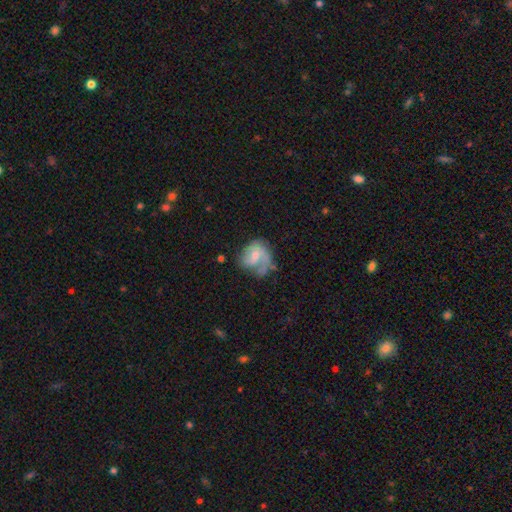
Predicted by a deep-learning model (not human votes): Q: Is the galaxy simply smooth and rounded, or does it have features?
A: featured or disk — 63%.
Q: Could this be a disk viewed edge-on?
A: no — 97%.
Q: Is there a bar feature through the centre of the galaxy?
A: no — 58%.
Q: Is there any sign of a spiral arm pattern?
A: yes — 84%.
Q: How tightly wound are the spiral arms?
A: medium — 41%.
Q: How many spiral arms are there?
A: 1 — 43%.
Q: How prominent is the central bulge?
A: small — 51%.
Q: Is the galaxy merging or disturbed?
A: none — 40%.